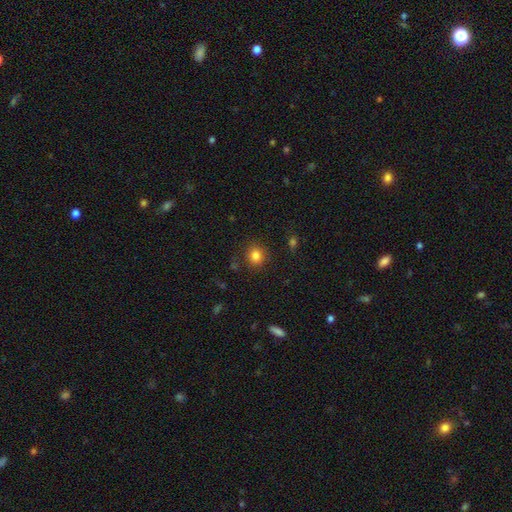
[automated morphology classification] A smooth galaxy with no disk features (82%) that is round (79%). Merging: none (86%).